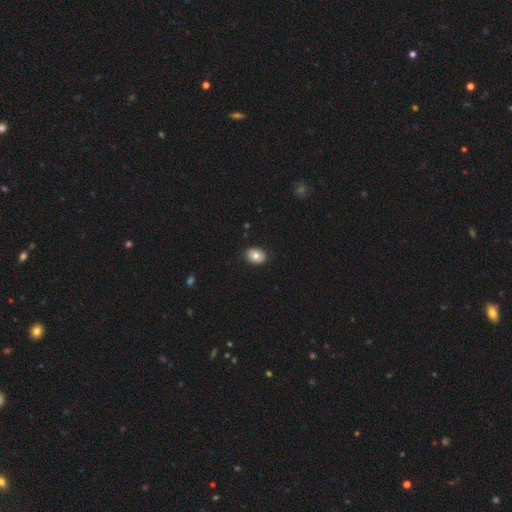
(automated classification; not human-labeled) smooth-or-featured: smooth: 81% | featured or disk: 11% | star or artifact: 8%
  how-rounded: in between: 67% | round: 32% | cigar-shaped: 1%
  merging: none: 88% | minor disturbance: 9% | major disturbance: 2% | merger: 1%